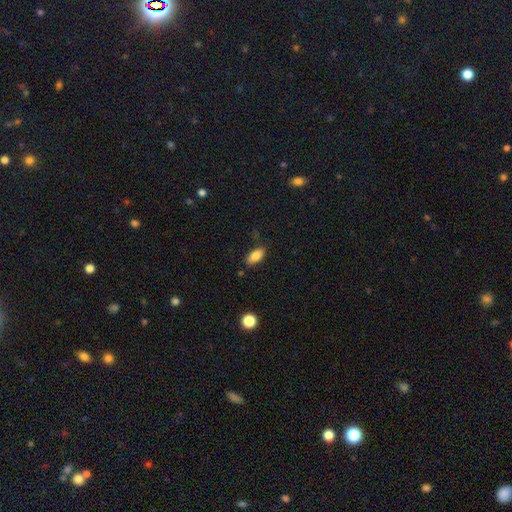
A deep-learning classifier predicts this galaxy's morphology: smooth-or-featured: smooth: 82% | featured or disk: 10% | star or artifact: 8%
  how-rounded: in between: 88% | cigar-shaped: 8% | round: 3%
  merging: none: 83% | minor disturbance: 12% | major disturbance: 3% | merger: 2%